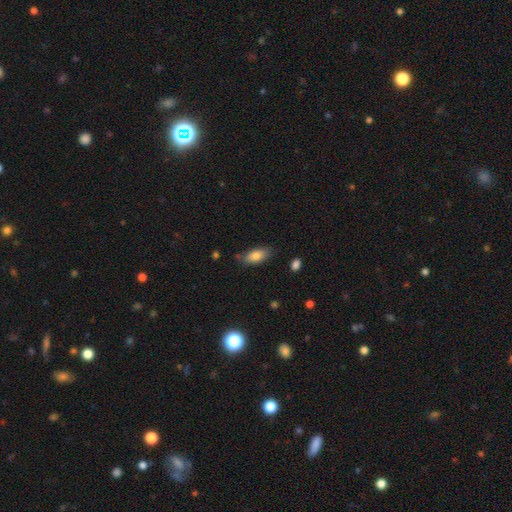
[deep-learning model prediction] Smooth or featured? Predicted: smooth (p=0.83). How rounded? Predicted: in between (p=0.88). Merging? Predicted: none (p=0.75).